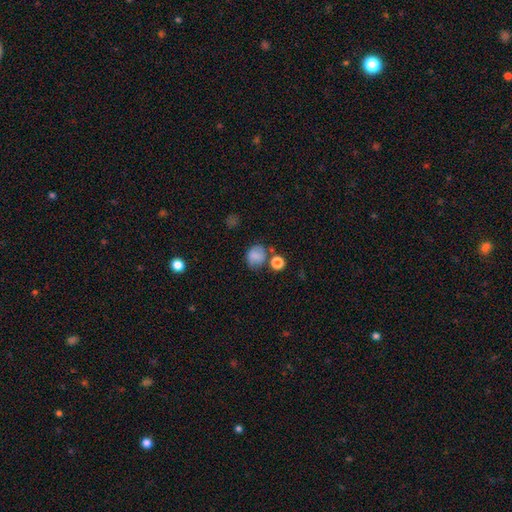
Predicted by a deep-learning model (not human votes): Smooth or featured: smooth — 75% (featured or disk — 14%)
How rounded: round — 63% (in between — 36%)
Merging: none — 58% (minor disturbance — 22%)